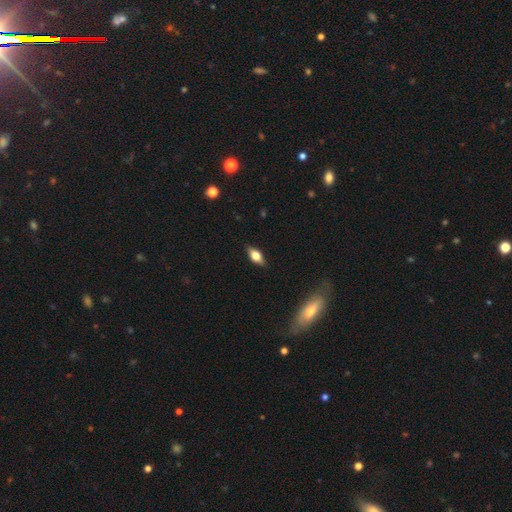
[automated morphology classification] Smooth or featured: smooth — 56% (featured or disk — 35%)
How rounded: in between — 78% (cigar-shaped — 17%)
Merging: none — 86% (minor disturbance — 11%)